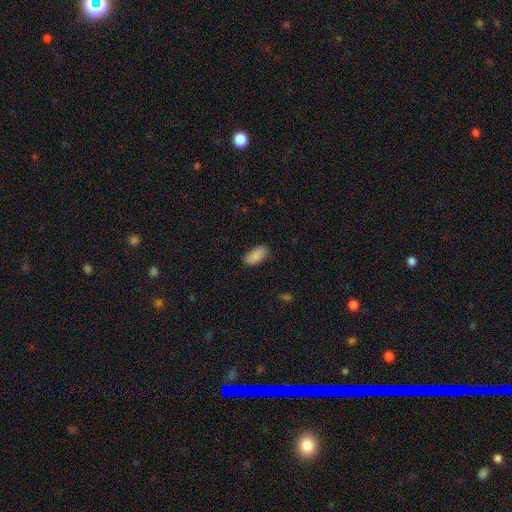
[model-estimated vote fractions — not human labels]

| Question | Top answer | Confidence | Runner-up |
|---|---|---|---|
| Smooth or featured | smooth | 89% | star or artifact (7%) |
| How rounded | in between | 93% | cigar-shaped (5%) |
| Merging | none | 86% | minor disturbance (11%) |